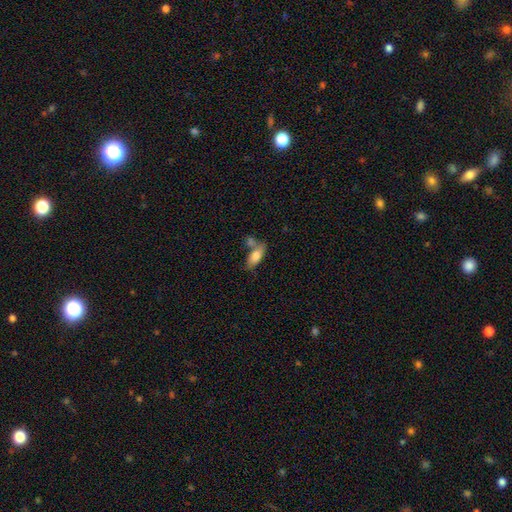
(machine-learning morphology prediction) smooth 74%, featured or disk 19%, star or artifact 7%. Down the decision tree: how rounded — in between (81%); merging — none (48%).